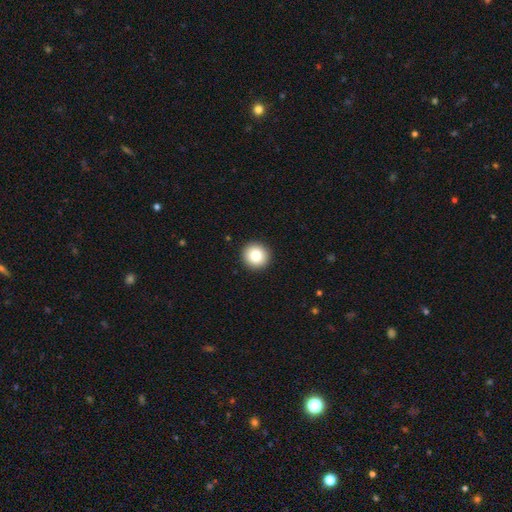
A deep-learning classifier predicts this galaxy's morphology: This is clearly a smooth galaxy (82%). How rounded: clearly round (95%). Merging: clearly none (93%).